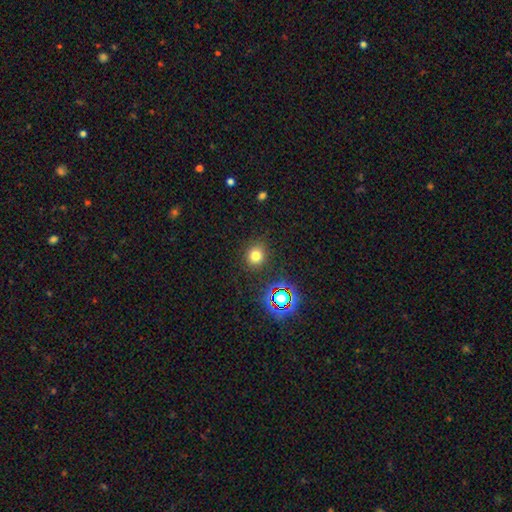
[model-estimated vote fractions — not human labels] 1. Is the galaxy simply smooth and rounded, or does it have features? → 74% smooth, 19% star or artifact, 7% featured or disk.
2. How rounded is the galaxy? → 84% round, 15% in between, 1% cigar-shaped.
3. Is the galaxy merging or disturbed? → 86% none, 9% minor disturbance, 3% major disturbance, 2% merger.